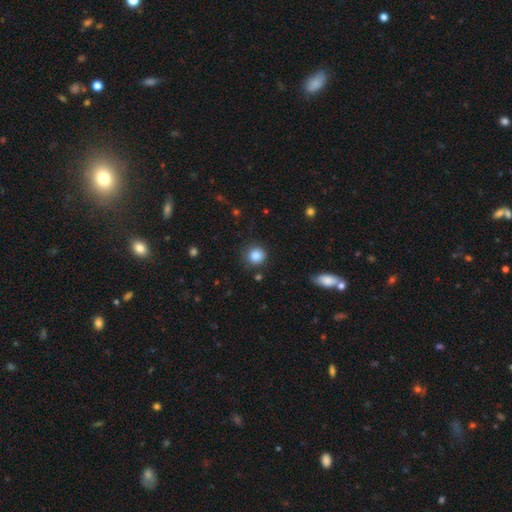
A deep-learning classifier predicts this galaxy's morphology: Smooth or featured?
  - smooth: 84% *
  - star or artifact: 10%
  - featured or disk: 5%
How rounded?
  - round: 91% *
  - in between: 8%
  - cigar-shaped: 1%
Merging?
  - none: 85% *
  - minor disturbance: 11%
  - major disturbance: 3%
  - merger: 2%